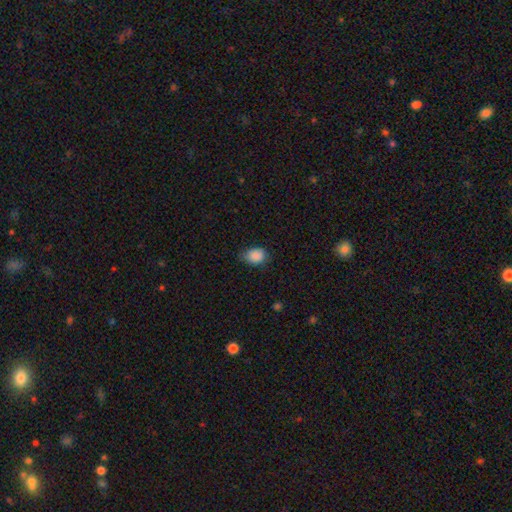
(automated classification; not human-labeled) smooth 88%, star or artifact 8%, featured or disk 4%. Down the decision tree: how rounded — in between (63%); merging — none (64%).